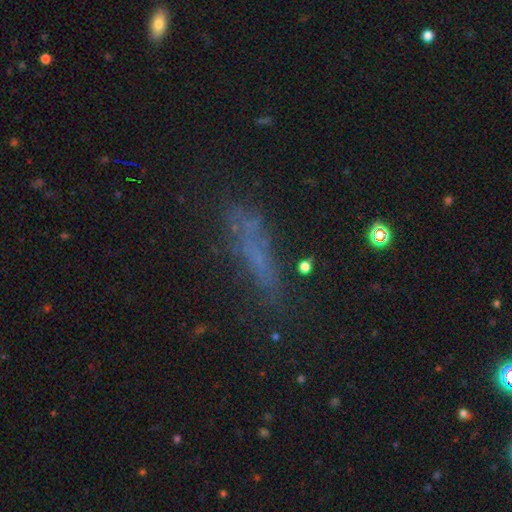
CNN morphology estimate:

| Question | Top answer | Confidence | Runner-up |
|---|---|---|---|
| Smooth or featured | smooth | 49% | featured or disk (30%) |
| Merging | none | 61% | minor disturbance (20%) |